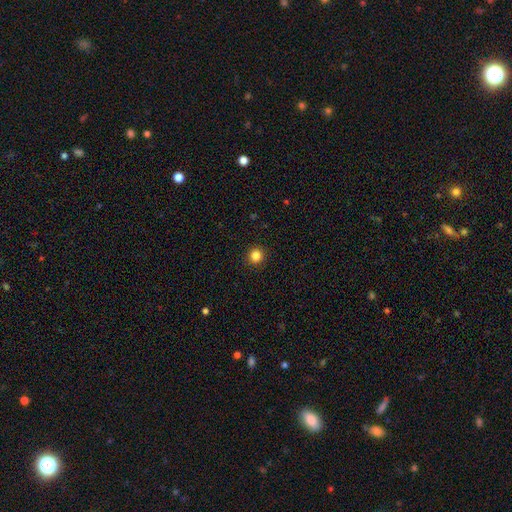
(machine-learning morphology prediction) type=smooth (85%); roundness=round (93%); merging=none (93%).